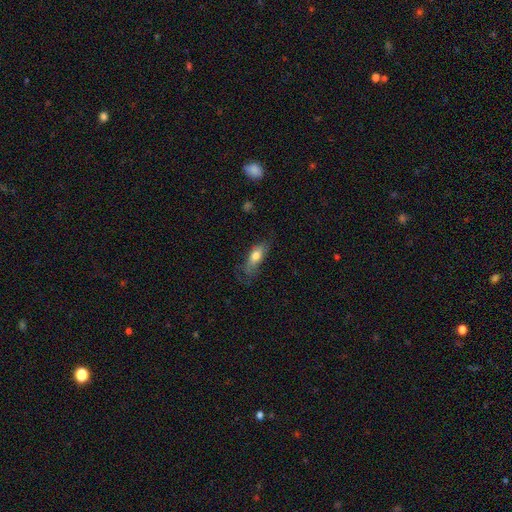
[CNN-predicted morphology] Smooth or featured? Predicted: smooth (p=0.69). How rounded? Predicted: in between (p=0.70). Merging? Predicted: none (p=0.53).